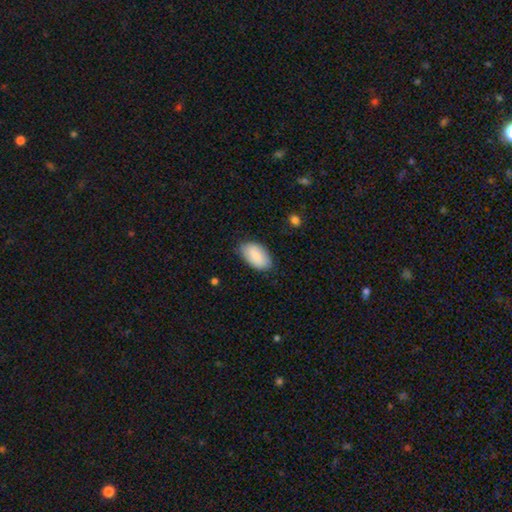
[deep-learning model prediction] Smooth or featured? smooth (85%)
How rounded? in between (95%)
Merging? none (78%)